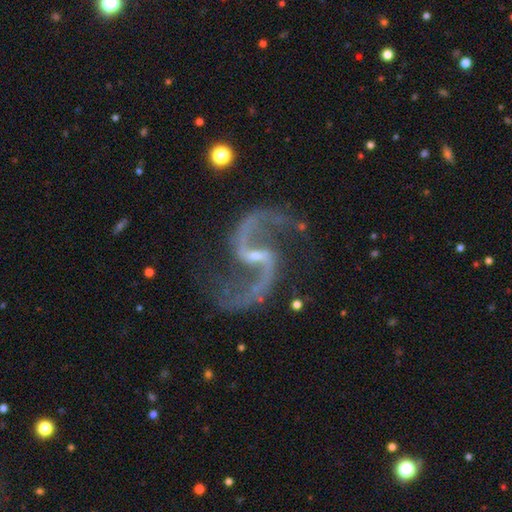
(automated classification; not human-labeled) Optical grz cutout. It shows a featured or disk galaxy (94%) with a weak bar (50%), 2 (95%) loose (62%) spiral arms (98%) and a small central bulge (72%). Merging: none (78%).